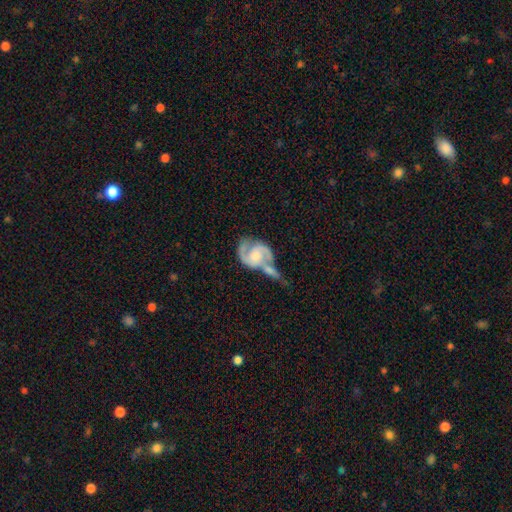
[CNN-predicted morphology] Q: Smooth or featured?
A: featured or disk (86%); runner-up: smooth (9%)
Q: Edge-on disk?
A: no (97%); runner-up: yes (3%)
Q: Bar?
A: no (57%); runner-up: weak (35%)
Q: Spiral arms?
A: yes (96%); runner-up: no (4%)
Q: Spiral winding?
A: medium (54%); runner-up: tight (24%)
Q: Spiral arm count?
A: 2 (89%); runner-up: can't tell (4%)
Q: Bulge size?
A: moderate (47%); runner-up: small (36%)
Q: Merging?
A: merger (46%); runner-up: none (26%)